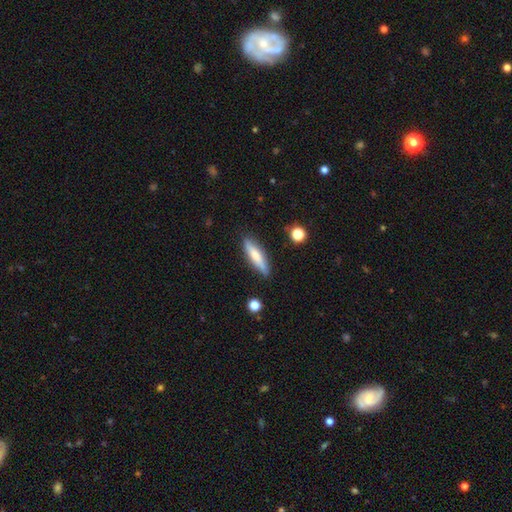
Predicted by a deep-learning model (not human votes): Smooth or featured: smooth — 59% (featured or disk — 35%)
How rounded: cigar-shaped — 78% (in between — 21%)
Merging: none — 85% (minor disturbance — 11%)